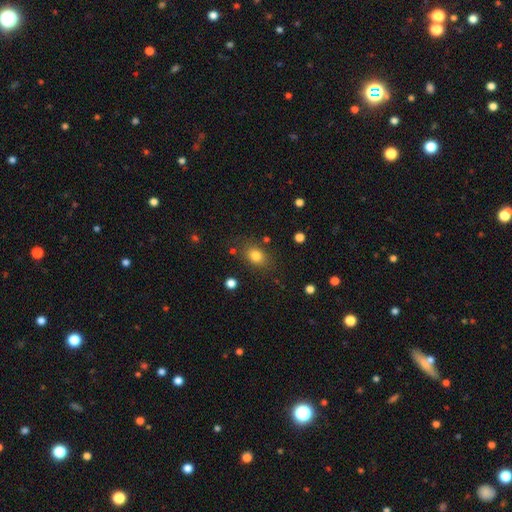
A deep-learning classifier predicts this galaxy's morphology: smooth 80%, star or artifact 11%, featured or disk 8%. Down the decision tree: how rounded — in between (68%); merging — none (78%).